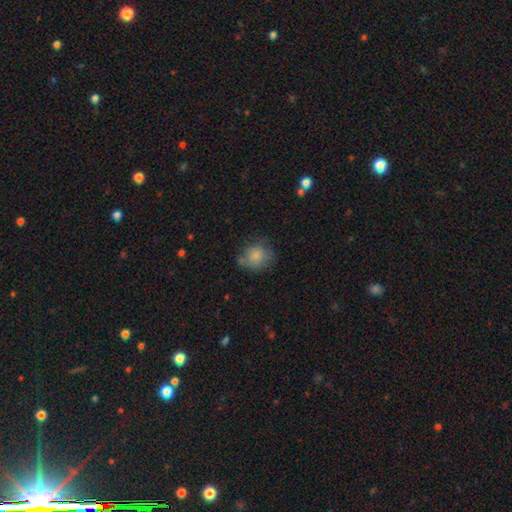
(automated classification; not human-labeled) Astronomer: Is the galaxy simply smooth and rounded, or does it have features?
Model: smooth — 76%.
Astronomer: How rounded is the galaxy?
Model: round — 73%.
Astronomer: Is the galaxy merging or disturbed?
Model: none — 58%.